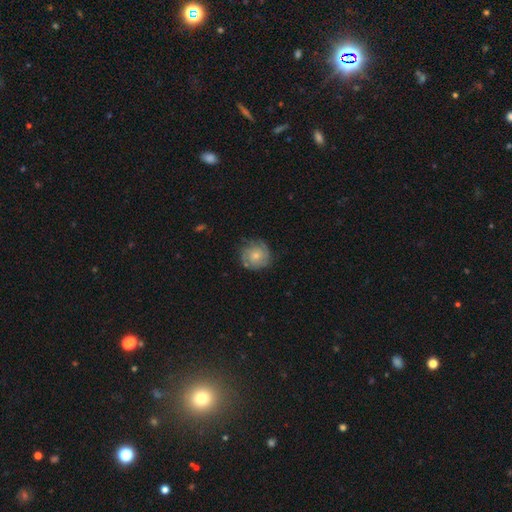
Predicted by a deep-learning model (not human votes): A featured or disk galaxy (60%) with no bar (79%), tight (63%) spiral arms (87%) and a small central bulge (48%). Merging: none (74%).